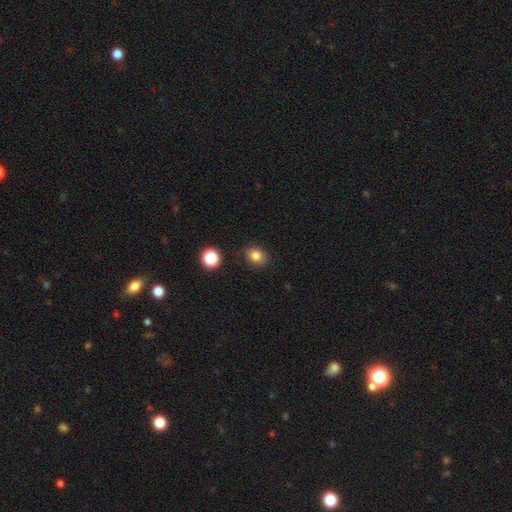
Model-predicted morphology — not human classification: Smooth or featured?
  - smooth: 81% *
  - star or artifact: 12%
  - featured or disk: 6%
How rounded?
  - round: 50% *
  - in between: 49%
  - cigar-shaped: 1%
Merging?
  - none: 85% *
  - minor disturbance: 11%
  - major disturbance: 3%
  - merger: 2%